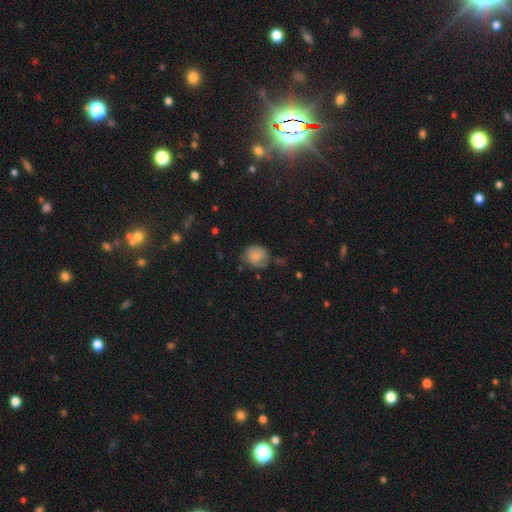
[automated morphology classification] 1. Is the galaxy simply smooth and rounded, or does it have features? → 71% smooth, 20% featured or disk, 9% star or artifact.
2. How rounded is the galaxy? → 75% round, 24% in between, 1% cigar-shaped.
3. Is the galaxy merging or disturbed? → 55% none, 30% minor disturbance, 12% major disturbance, 3% merger.